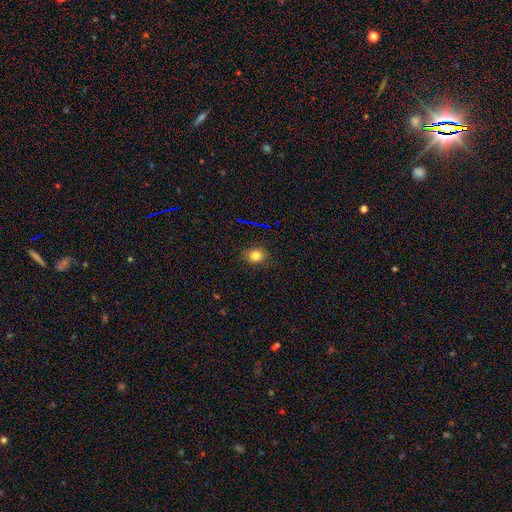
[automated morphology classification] Overall: smooth (80%). How rounded: round (58%; in between 41%). Merging: none (84%).